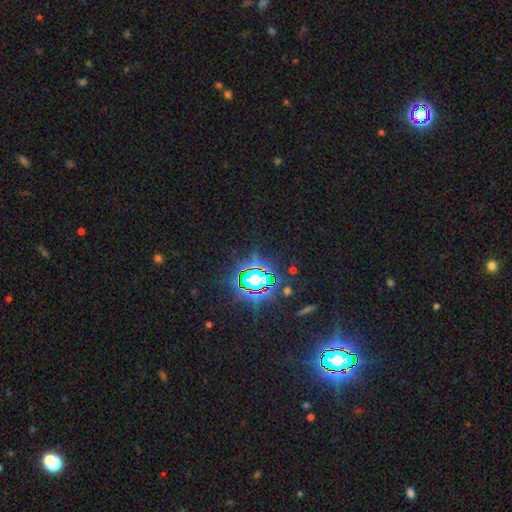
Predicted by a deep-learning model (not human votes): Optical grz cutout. It shows a star or artifact, not a galaxy (83%).